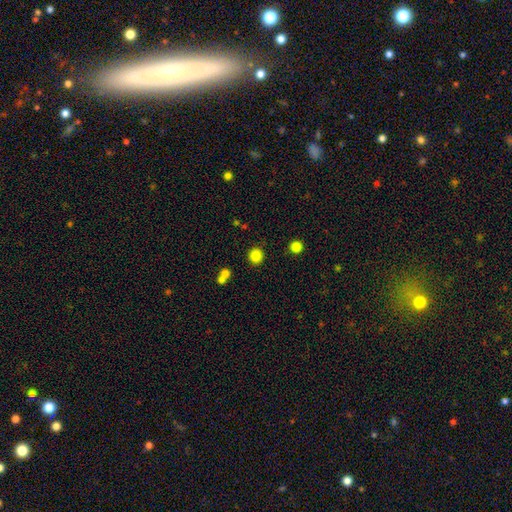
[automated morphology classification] type=smooth (84%); roundness=round (88%); merging=none (84%).